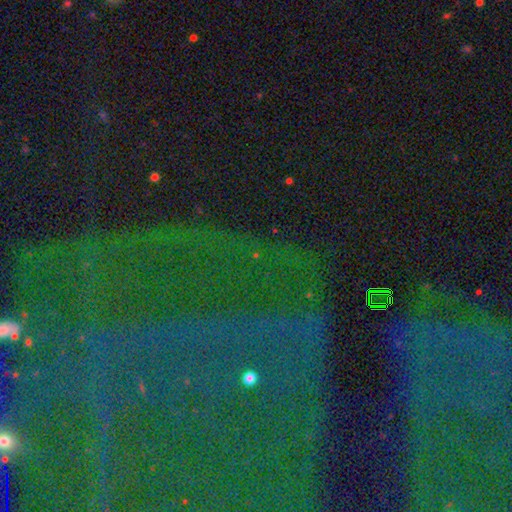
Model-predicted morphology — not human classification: The model was most divided on "smooth or featured": star or artifact: 79%, smooth: 11%, featured or disk: 10%.